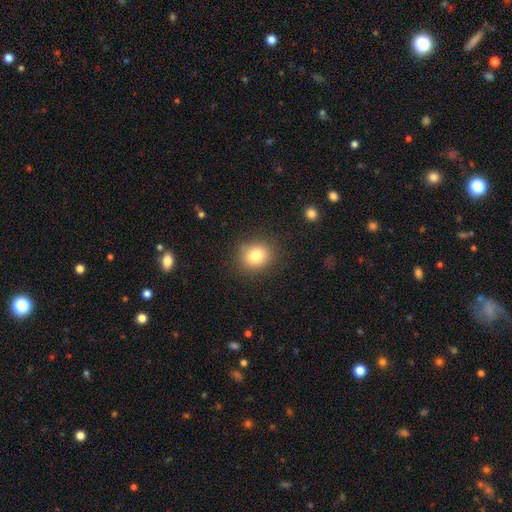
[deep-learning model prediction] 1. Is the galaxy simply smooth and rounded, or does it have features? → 81% smooth, 11% star or artifact, 8% featured or disk.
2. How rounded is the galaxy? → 71% round, 28% in between, 1% cigar-shaped.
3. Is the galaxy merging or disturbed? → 85% none, 10% minor disturbance, 3% major disturbance, 1% merger.